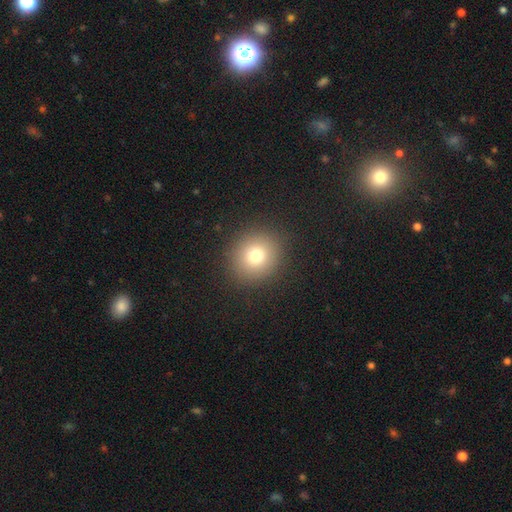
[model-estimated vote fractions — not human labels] This is likely a smooth galaxy (76%). How rounded: clearly round (86%). Merging: clearly none (90%).